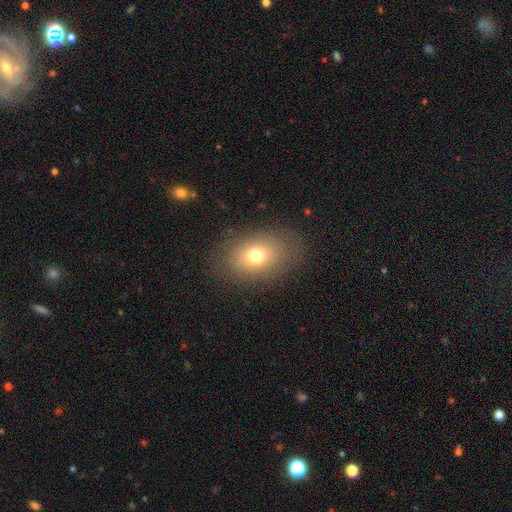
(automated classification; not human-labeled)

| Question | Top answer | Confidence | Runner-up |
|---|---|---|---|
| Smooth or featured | smooth | 72% | featured or disk (16%) |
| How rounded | in between | 77% | round (21%) |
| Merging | none | 83% | minor disturbance (11%) |